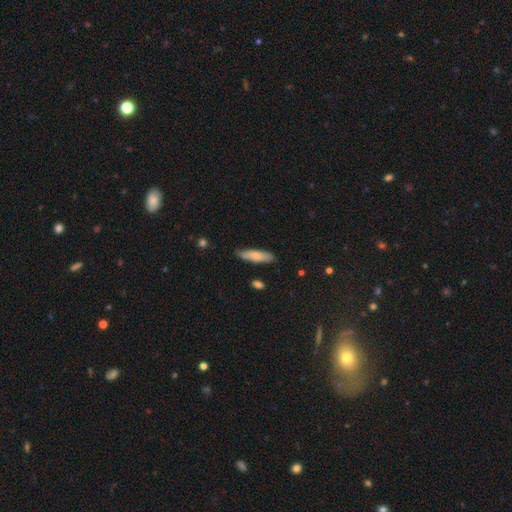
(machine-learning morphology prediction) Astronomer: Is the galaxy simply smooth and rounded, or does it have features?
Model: smooth — 76%.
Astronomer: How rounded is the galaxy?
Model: cigar-shaped — 68%.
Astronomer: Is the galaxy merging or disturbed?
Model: none — 81%.